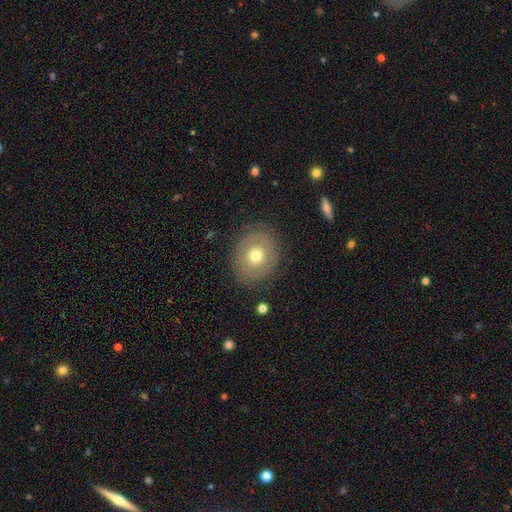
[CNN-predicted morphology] The model was most divided on "smooth or featured": smooth: 53%, featured or disk: 38%, star or artifact: 9%. More confident: merging — none (82%); how rounded — round (64%).